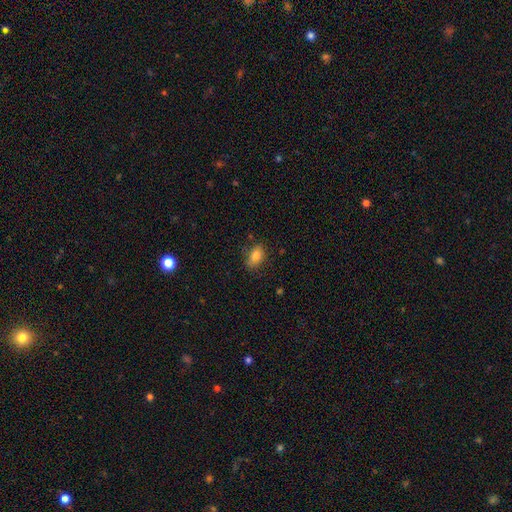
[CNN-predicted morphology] This is clearly a smooth galaxy (82%). How rounded: clearly in between (83%). Merging: likely none (77%).